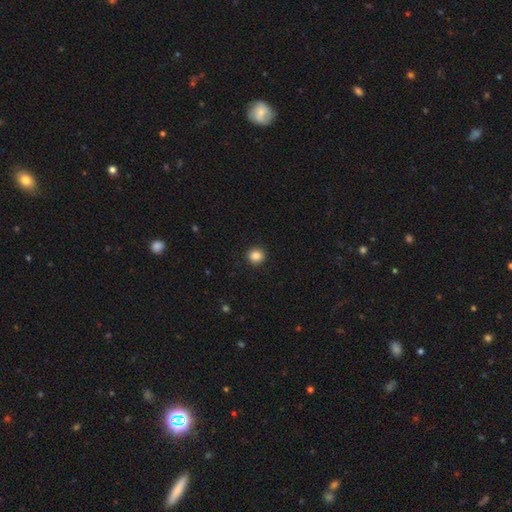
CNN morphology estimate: Smooth or featured? Predicted: smooth (p=0.87). How rounded? Predicted: round (p=0.89). Merging? Predicted: none (p=0.92).